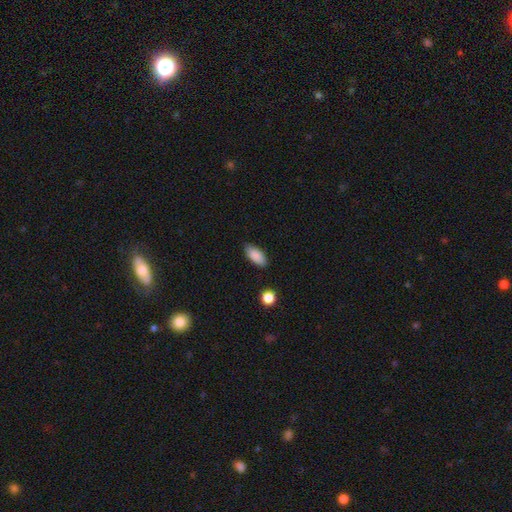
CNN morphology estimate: Smooth or featured?
  - smooth: 88% *
  - star or artifact: 7%
  - featured or disk: 5%
How rounded?
  - in between: 89% *
  - cigar-shaped: 9%
  - round: 2%
Merging?
  - none: 84% *
  - minor disturbance: 11%
  - major disturbance: 2%
  - merger: 2%